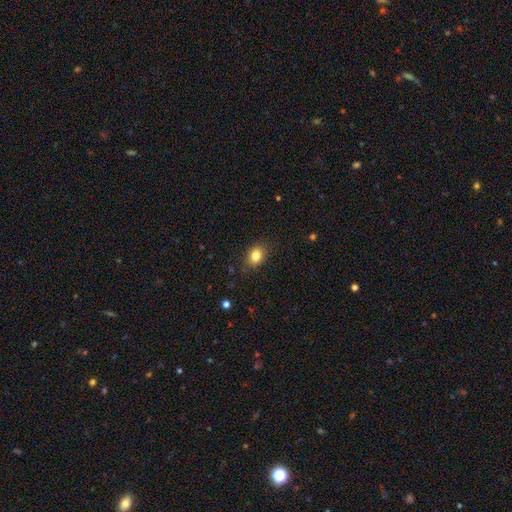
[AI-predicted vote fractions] This appears to be a smooth galaxy with no disk features (83%) that is in between round and cigar-shaped (66%). Merging: none (85%).